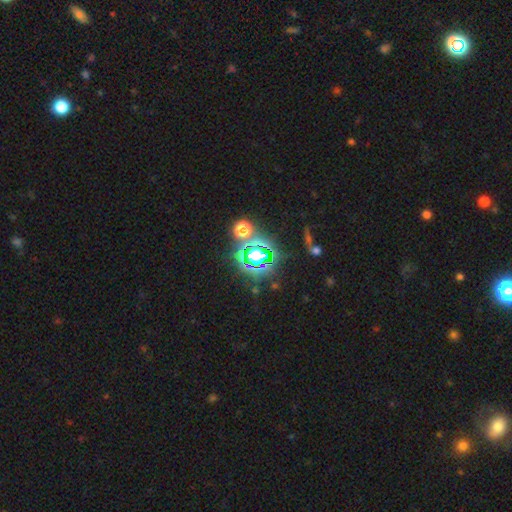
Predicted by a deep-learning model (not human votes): Morphology: type=star or artifact (66%).